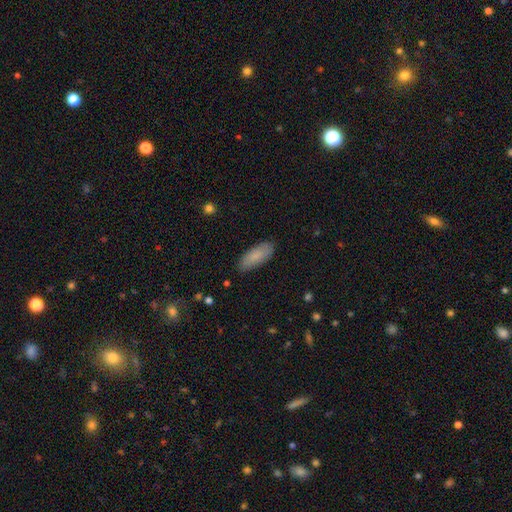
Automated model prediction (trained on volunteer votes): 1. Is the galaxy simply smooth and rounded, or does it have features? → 85% smooth, 8% featured or disk, 6% star or artifact.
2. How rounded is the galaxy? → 76% in between, 22% cigar-shaped, 2% round.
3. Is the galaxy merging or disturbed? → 85% none, 12% minor disturbance, 2% major disturbance, 1% merger.